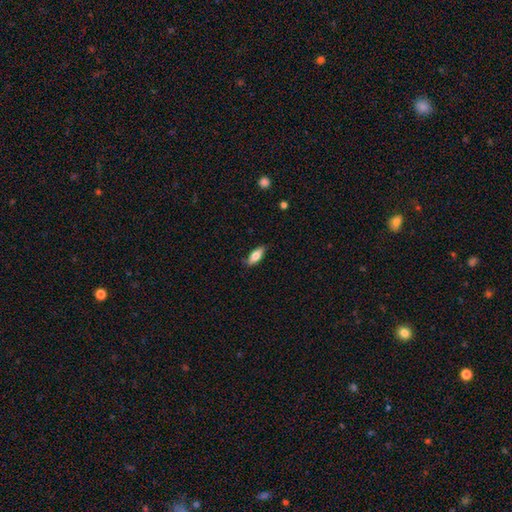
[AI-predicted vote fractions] The model was most divided on "how rounded": in between: 71%, cigar-shaped: 27%, round: 2%. More confident: merging — none (81%); smooth or featured — smooth (74%).